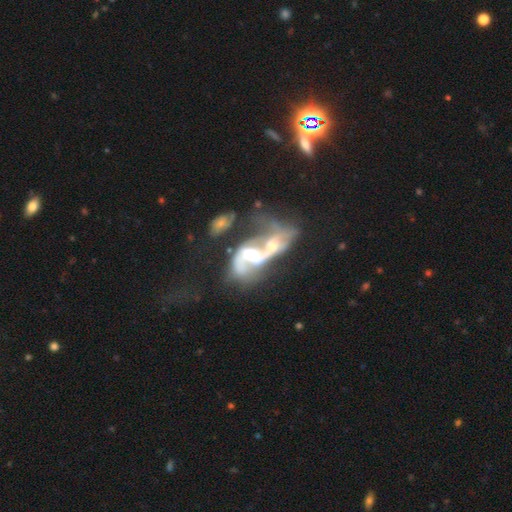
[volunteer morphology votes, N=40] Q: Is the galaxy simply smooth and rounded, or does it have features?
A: featured or disk — 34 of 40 (85%).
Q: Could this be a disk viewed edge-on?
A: no — 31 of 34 (91%).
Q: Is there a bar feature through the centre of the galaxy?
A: weak — 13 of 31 (42%).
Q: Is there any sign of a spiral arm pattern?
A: yes — 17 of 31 (55%).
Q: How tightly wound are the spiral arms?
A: loose — 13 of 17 (76%).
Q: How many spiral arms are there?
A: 2 — 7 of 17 (41%).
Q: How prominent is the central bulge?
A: moderate — 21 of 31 (68%).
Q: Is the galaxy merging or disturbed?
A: merger — 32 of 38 (84%).